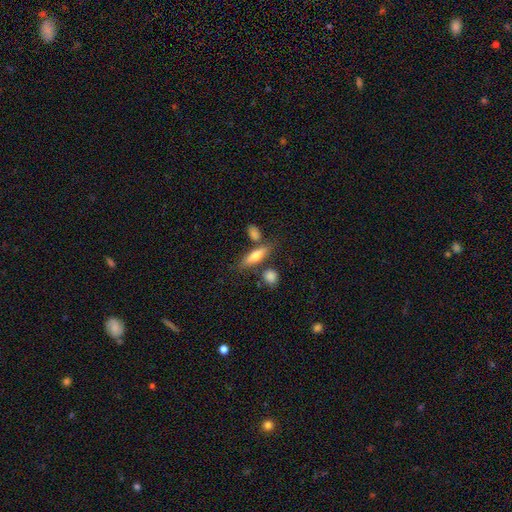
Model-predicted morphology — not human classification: Smooth or featured? Predicted: smooth (p=0.71). How rounded? Predicted: cigar-shaped (p=0.52). Merging? Predicted: none (p=0.69).